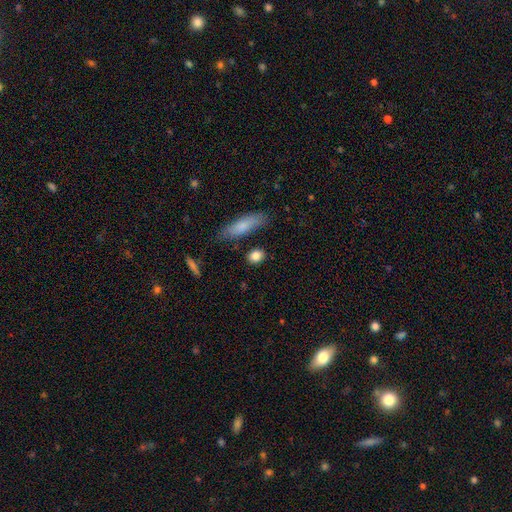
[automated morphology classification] Smooth or featured? smooth (85%)
How rounded? in between (48%)
Merging? none (81%)